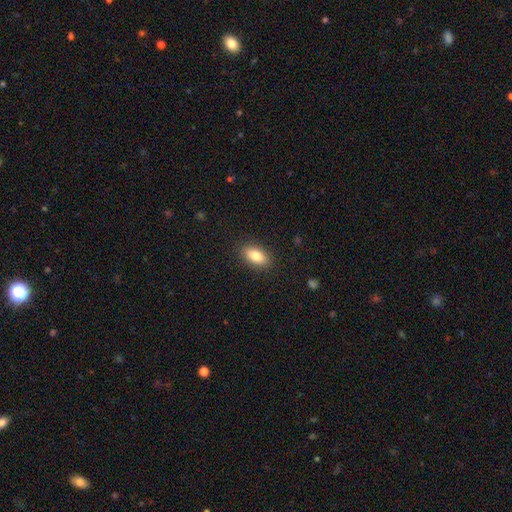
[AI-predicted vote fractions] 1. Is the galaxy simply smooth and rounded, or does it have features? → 82% smooth, 10% featured or disk, 8% star or artifact.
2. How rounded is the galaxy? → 88% in between, 7% cigar-shaped, 5% round.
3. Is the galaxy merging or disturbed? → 88% none, 8% minor disturbance, 2% major disturbance, 1% merger.